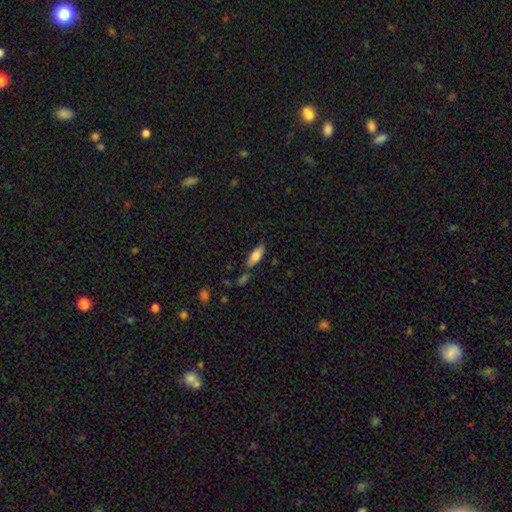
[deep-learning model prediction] Smooth or featured?
  - smooth: 77% *
  - featured or disk: 16%
  - star or artifact: 7%
How rounded?
  - in between: 73% *
  - cigar-shaped: 25%
  - round: 2%
Merging?
  - none: 68% *
  - minor disturbance: 17%
  - merger: 11%
  - major disturbance: 4%